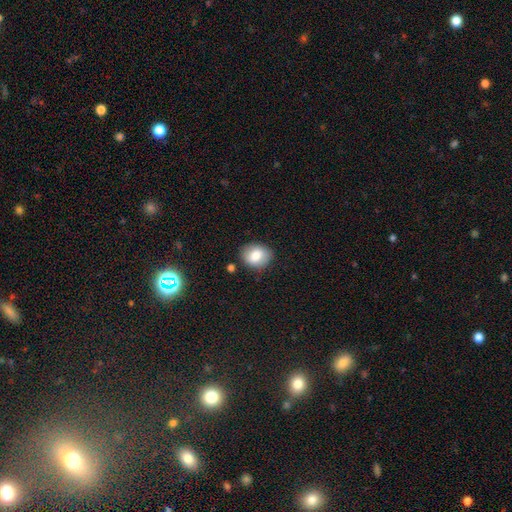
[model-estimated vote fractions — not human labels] A smooth galaxy with no disk features (77%) that is round (54%). Merging: none (82%).